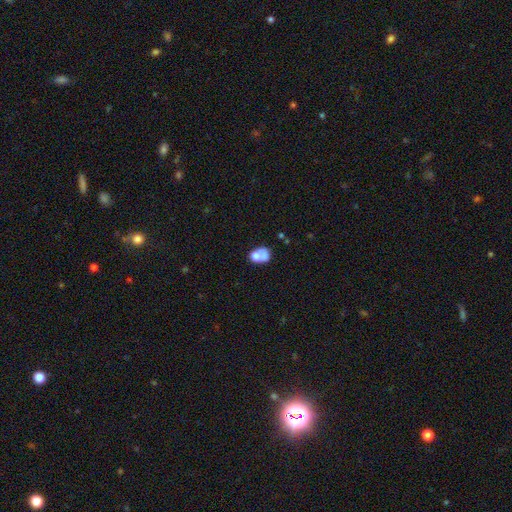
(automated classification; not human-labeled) Smooth or featured: smooth — 65% (featured or disk — 25%)
How rounded: in between — 60% (round — 39%)
Merging: merger — 46% (none — 27%)